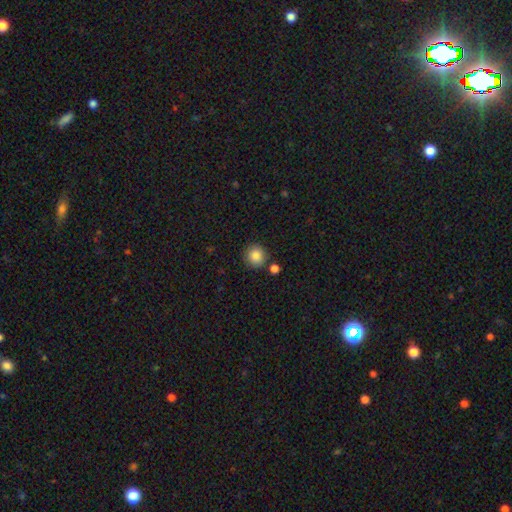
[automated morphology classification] Smooth or featured: smooth — 87% (star or artifact — 9%)
How rounded: round — 92% (in between — 7%)
Merging: none — 84% (minor disturbance — 8%)